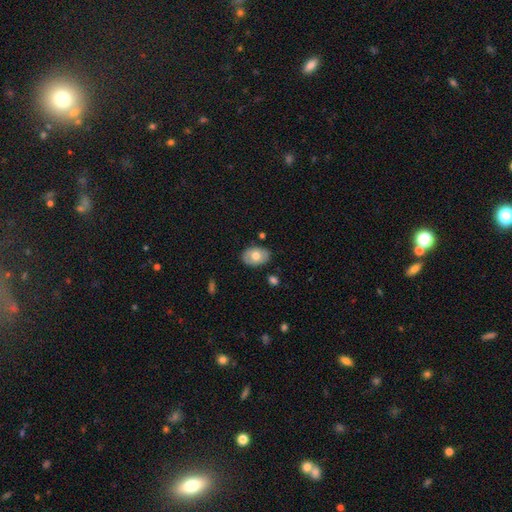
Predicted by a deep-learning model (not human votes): Smooth or featured: smooth — 65% (featured or disk — 29%)
How rounded: in between — 82% (round — 17%)
Merging: none — 83% (minor disturbance — 12%)